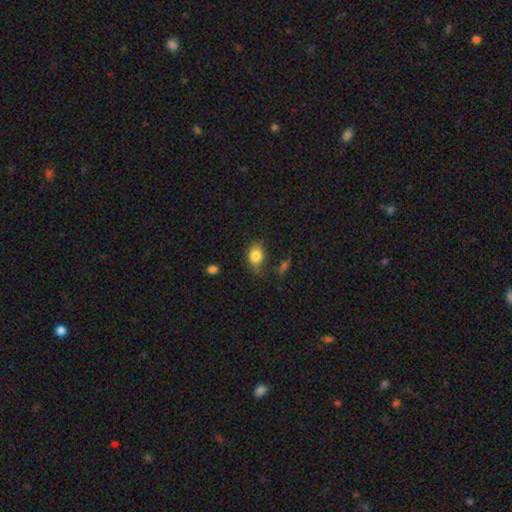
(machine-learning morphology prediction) This appears to be a smooth galaxy with no disk features (83%) that is in between round and cigar-shaped (66%). Merging: none (62%).